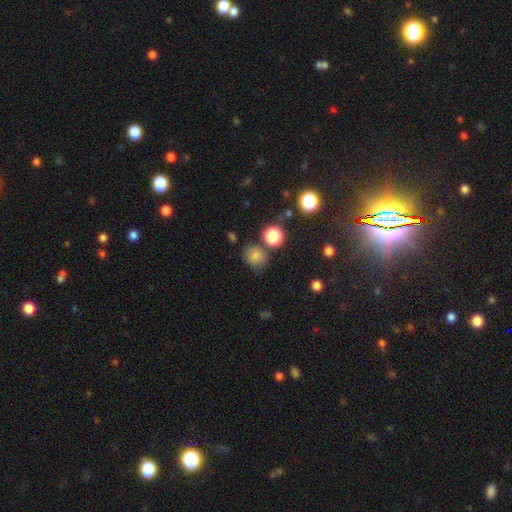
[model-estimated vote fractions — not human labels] smooth_or_featured: smooth (p=0.77) [alt: star or artifact p=0.16]
how_rounded: round (p=0.76) [alt: in between p=0.23]
merging: none (p=0.73) [alt: minor disturbance p=0.14]